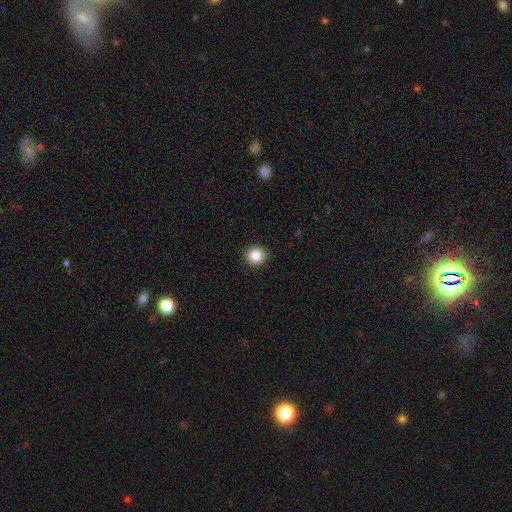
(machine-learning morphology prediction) This appears to be a smooth galaxy with no disk features (87%) that is round (92%). Merging: none (92%).